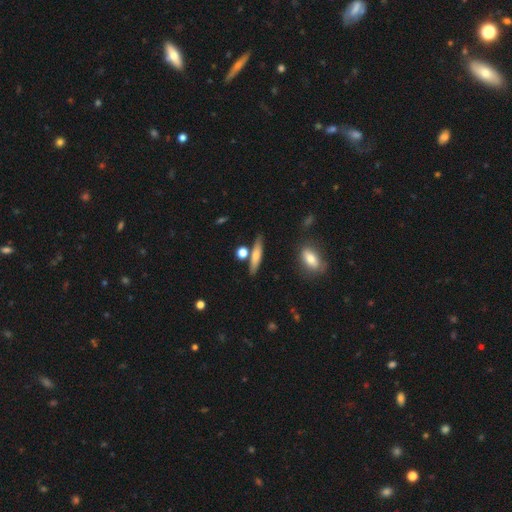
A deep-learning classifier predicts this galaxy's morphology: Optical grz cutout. It shows a smooth galaxy with no disk features (61%) that is cigar-shaped (78%). Merging: none (78%).